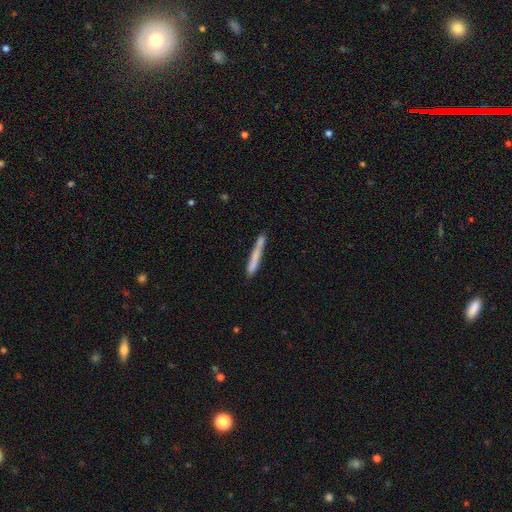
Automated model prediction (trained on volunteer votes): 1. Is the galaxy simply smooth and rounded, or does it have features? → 72% smooth, 22% featured or disk, 6% star or artifact.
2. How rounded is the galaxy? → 96% cigar-shaped, 3% in between, 1% round.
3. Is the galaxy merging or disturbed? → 70% none, 18% minor disturbance, 7% merger, 4% major disturbance.